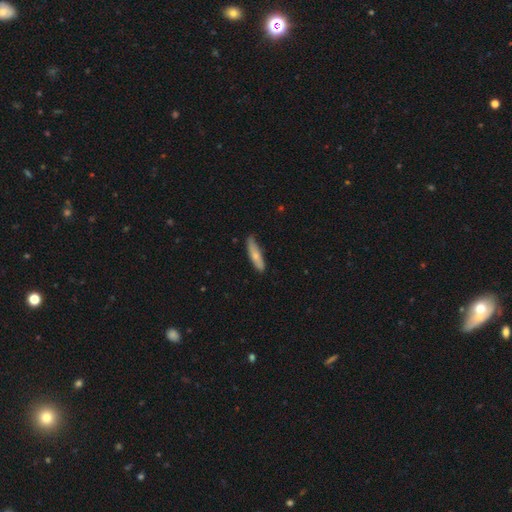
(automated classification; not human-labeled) This appears to be a smooth galaxy with no disk features (68%) that is cigar-shaped (77%). Merging: none (75%).